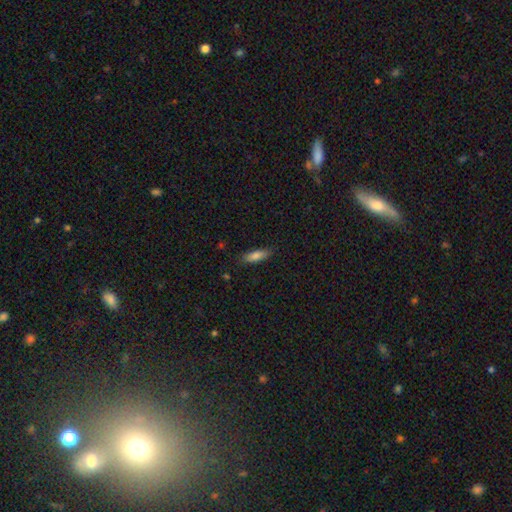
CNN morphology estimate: A smooth galaxy with no disk features (77%) that is cigar-shaped (51%).

Vote fractions:
- Smooth or featured? smooth: 77% / featured or disk: 16% / star or artifact: 7%
- How rounded? cigar-shaped: 51% / in between: 47% / round: 2%
- Merging? none: 85% / minor disturbance: 11% / major disturbance: 2% / merger: 1%